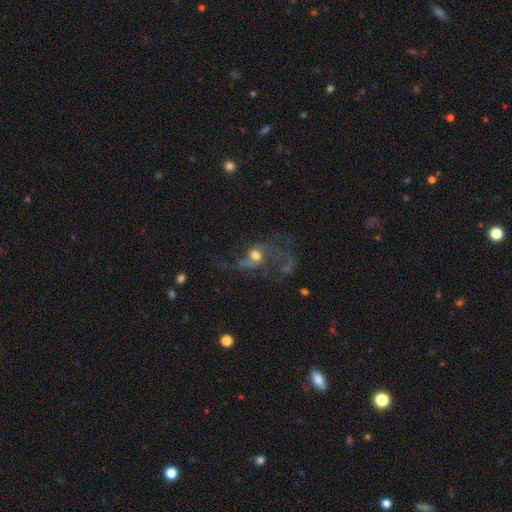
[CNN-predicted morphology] Smooth or featured: featured or disk — 59% (smooth — 27%)
Edge-on disk: no — 95% (yes — 5%)
Bar: no — 73% (weak — 21%)
Spiral arms: yes — 62% (no — 38%)
Bulge size: moderate — 57% (small — 23%)
Merging: major disturbance — 50% (none — 30%)